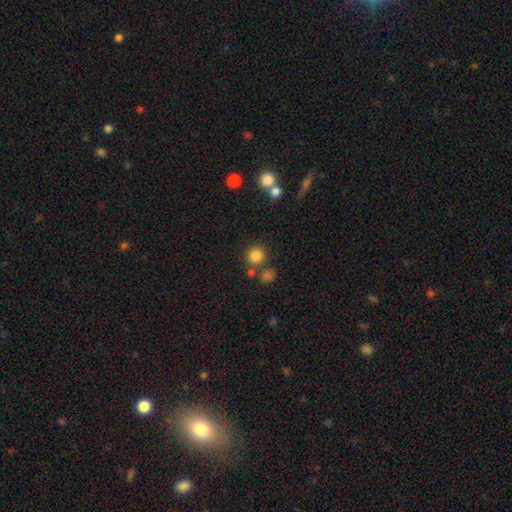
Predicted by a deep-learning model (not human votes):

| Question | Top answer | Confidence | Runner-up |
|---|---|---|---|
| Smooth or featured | smooth | 82% | star or artifact (13%) |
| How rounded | round | 92% | in between (7%) |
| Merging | none | 75% | merger (13%) |